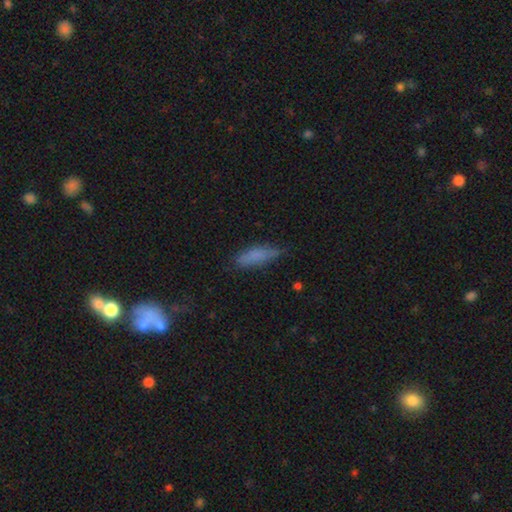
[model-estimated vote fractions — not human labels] The model was most divided on "how rounded": cigar-shaped: 57%, in between: 41%, round: 2%. More confident: smooth or featured — smooth (76%); merging — none (66%).